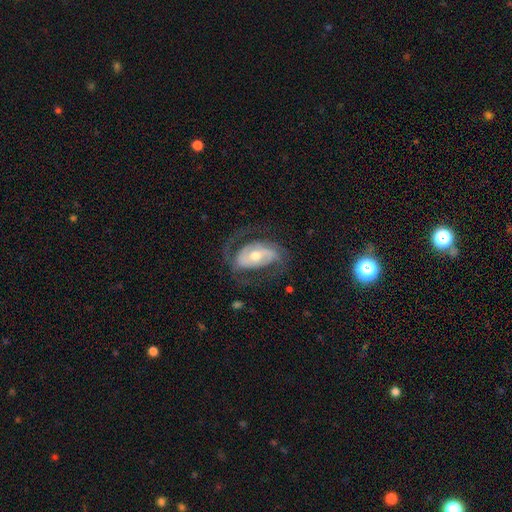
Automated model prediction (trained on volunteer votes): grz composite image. It shows a featured or disk galaxy (82%) with a weak bar (37%), 2 (79%) medium (48%) spiral arms (91%) and a moderate central bulge (65%). Merging: none (63%).